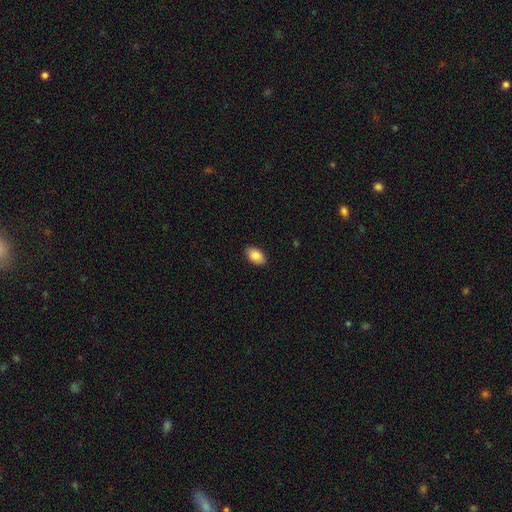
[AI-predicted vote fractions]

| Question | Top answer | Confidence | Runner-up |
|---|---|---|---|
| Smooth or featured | smooth | 89% | star or artifact (7%) |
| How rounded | in between | 92% | round (7%) |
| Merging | none | 89% | minor disturbance (8%) |